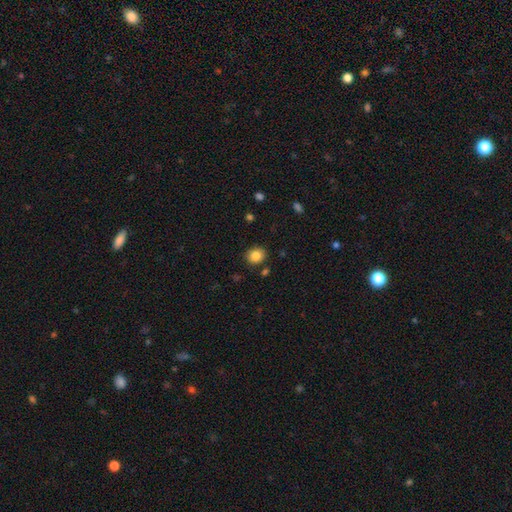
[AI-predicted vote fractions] smooth 84%, star or artifact 10%, featured or disk 6%. Down the decision tree: how rounded — round (68%); merging — none (87%).